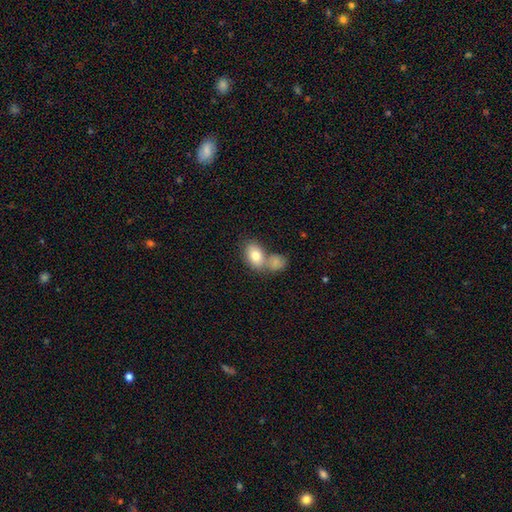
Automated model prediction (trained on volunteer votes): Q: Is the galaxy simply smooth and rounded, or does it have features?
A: smooth — 79%.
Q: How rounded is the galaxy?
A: in between — 82%.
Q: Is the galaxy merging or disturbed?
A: merger — 47%.